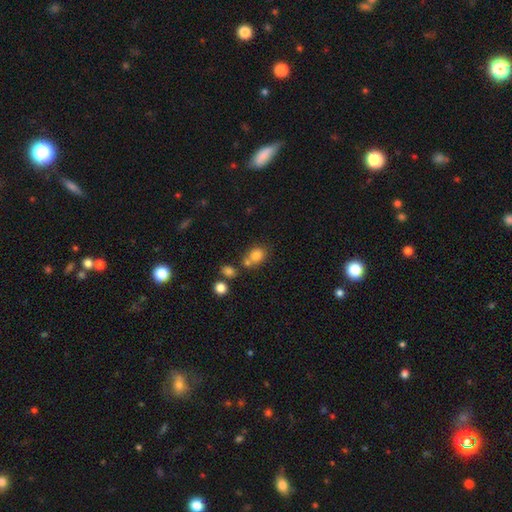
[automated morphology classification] The model was most divided on "merging": none: 51%, merger: 33%, minor disturbance: 12%, major disturbance: 5%. More confident: smooth or featured — smooth (79%); how rounded — round (61%).